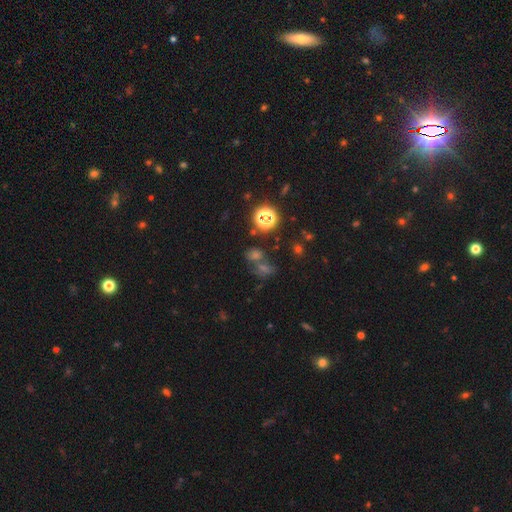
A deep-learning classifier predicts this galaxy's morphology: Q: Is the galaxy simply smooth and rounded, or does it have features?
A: star or artifact — 48%.